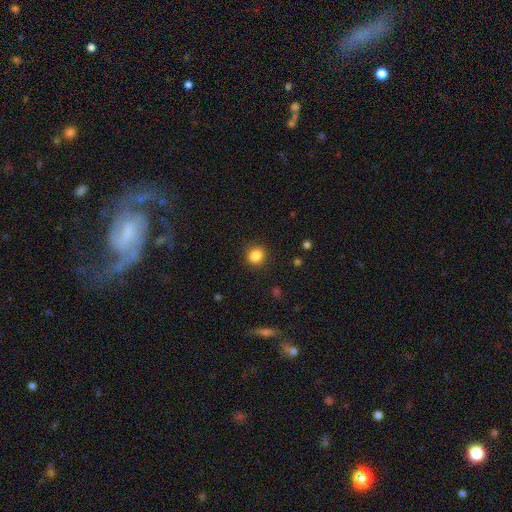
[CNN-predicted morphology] Smooth or featured?
  - smooth: 86% *
  - star or artifact: 10%
  - featured or disk: 4%
How rounded?
  - round: 84% *
  - in between: 15%
  - cigar-shaped: 1%
Merging?
  - none: 88% *
  - minor disturbance: 8%
  - major disturbance: 3%
  - merger: 1%